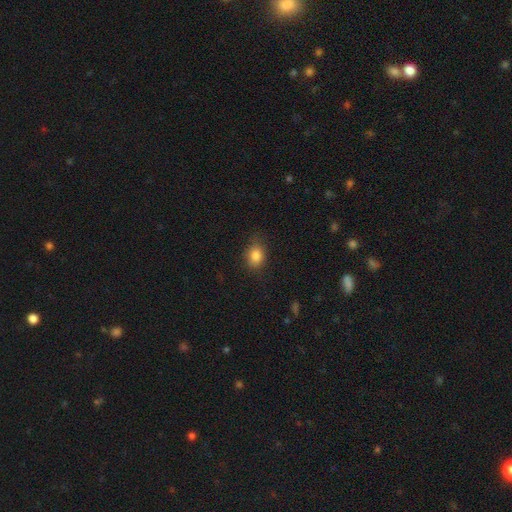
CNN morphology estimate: smooth-or-featured: smooth: 84% | star or artifact: 10% | featured or disk: 6%
  how-rounded: in between: 60% | round: 38% | cigar-shaped: 1%
  merging: none: 79% | minor disturbance: 16% | major disturbance: 4% | merger: 1%